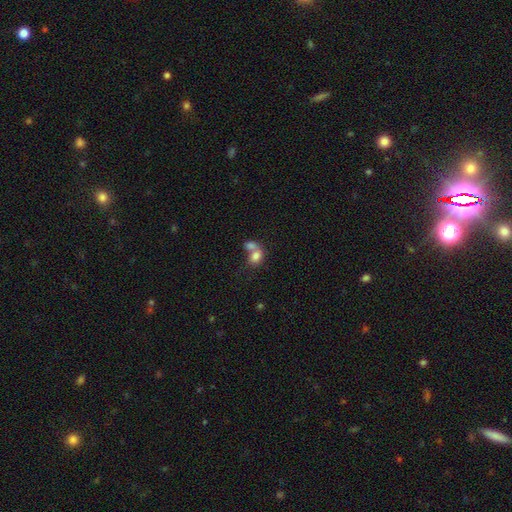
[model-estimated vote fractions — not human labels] Smooth or featured: smooth — 77% (featured or disk — 14%)
How rounded: in between — 59% (round — 39%)
Merging: merger — 67% (none — 21%)